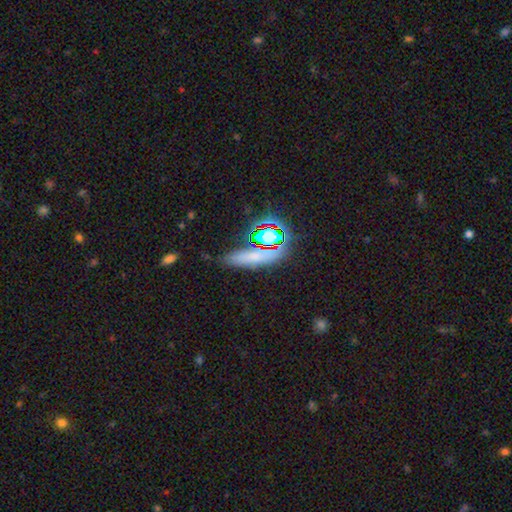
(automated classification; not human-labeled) Overall: smooth (52%; star or artifact 34%). How rounded: cigar-shaped (54%; in between 34%). Merging: none (76%).